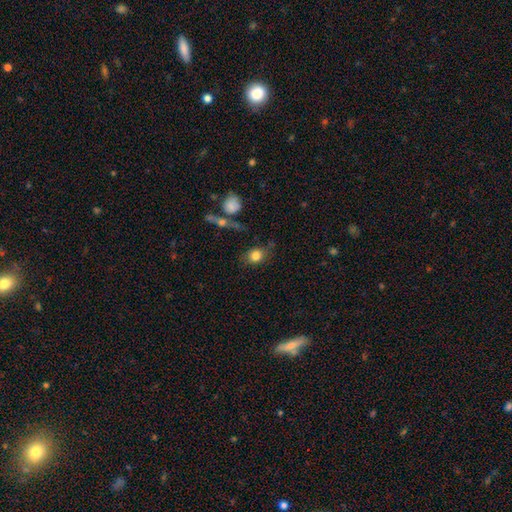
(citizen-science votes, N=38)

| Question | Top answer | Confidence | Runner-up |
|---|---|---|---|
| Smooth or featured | smooth | 87% | featured or disk (11%) |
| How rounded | in between | 70% | round (27%) |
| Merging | none | 70% | minor disturbance (24%) |